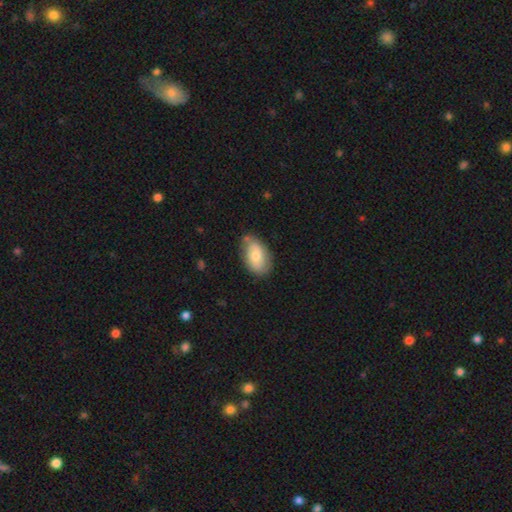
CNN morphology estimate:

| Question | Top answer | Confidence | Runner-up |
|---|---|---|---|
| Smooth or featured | smooth | 71% | featured or disk (23%) |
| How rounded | in between | 92% | round (7%) |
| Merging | none | 72% | minor disturbance (20%) |